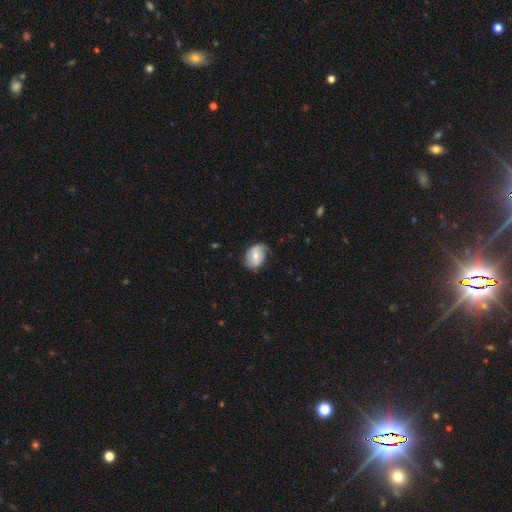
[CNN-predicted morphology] A smooth galaxy with no disk features (53%) that is in between round and cigar-shaped (75%). Merging: none (62%).